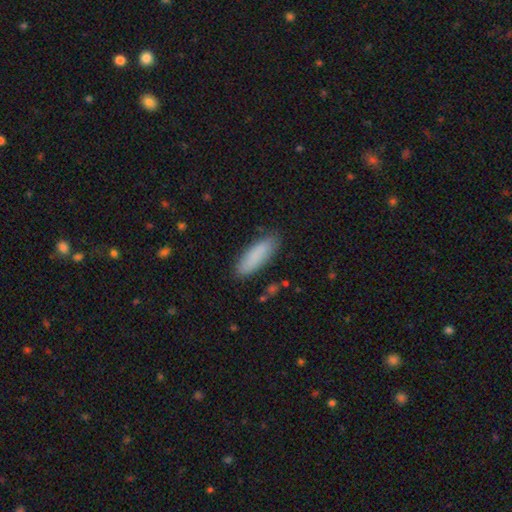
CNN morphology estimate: Overall: smooth (87%). How rounded: in between (54%; cigar-shaped 44%). Merging: none (84%).